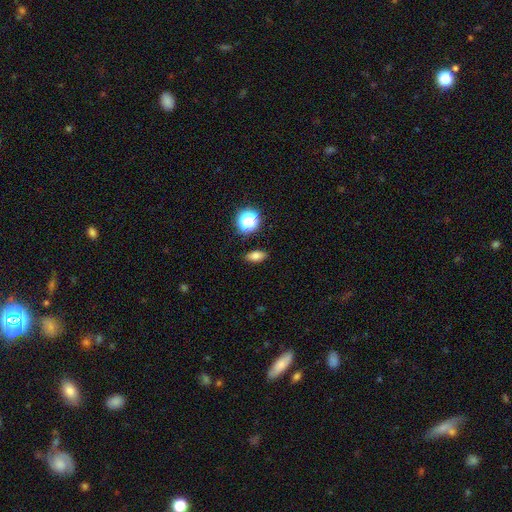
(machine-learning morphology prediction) This is likely a smooth galaxy (77%). How rounded: clearly in between (81%). Merging: clearly none (87%).